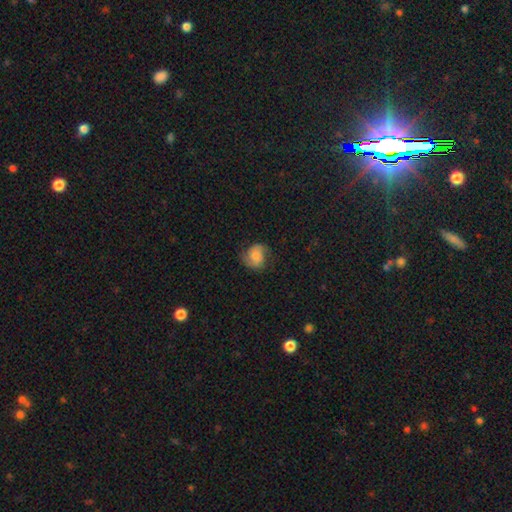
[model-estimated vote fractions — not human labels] Q: Smooth or featured?
A: featured or disk (47%); runner-up: smooth (44%)
Q: Merging?
A: none (69%); runner-up: minor disturbance (21%)